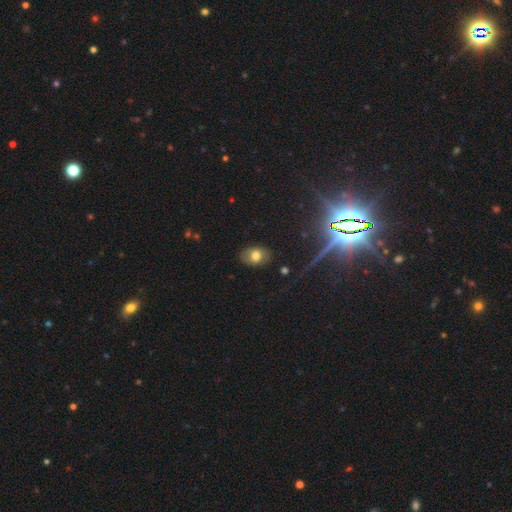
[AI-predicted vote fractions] Smooth or featured? smooth (74%)
How rounded? in between (79%)
Merging? none (84%)